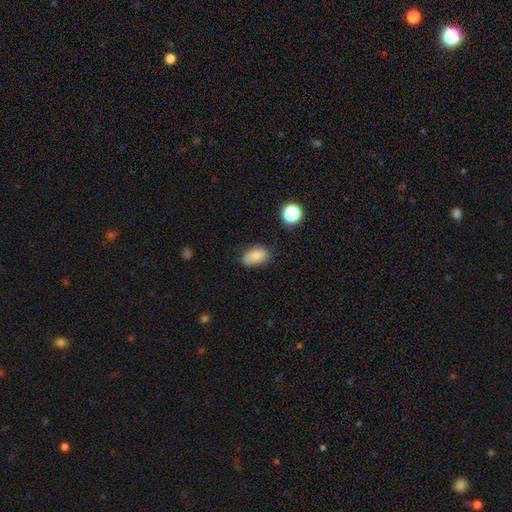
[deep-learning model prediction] Q: Smooth or featured?
A: smooth (83%); runner-up: star or artifact (10%)
Q: How rounded?
A: in between (89%); runner-up: round (9%)
Q: Merging?
A: none (66%); runner-up: minor disturbance (26%)